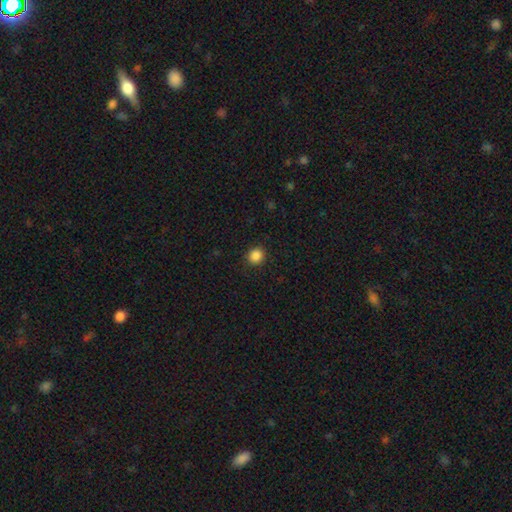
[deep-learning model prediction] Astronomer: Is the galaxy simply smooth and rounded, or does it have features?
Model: smooth — 87%.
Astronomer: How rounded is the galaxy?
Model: round — 85%.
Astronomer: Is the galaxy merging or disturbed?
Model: none — 91%.